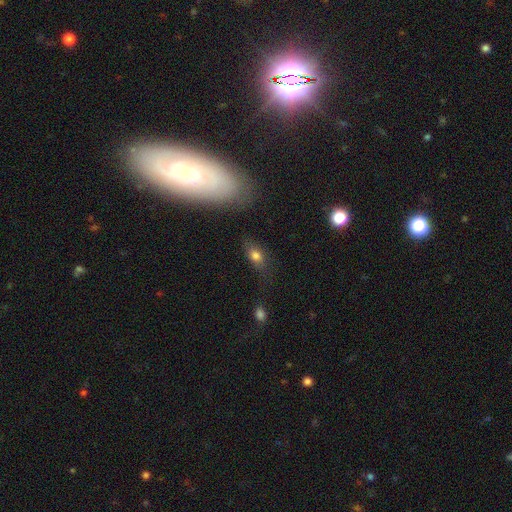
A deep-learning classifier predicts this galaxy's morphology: This appears to be a smooth galaxy with no disk features (74%) that is in between round and cigar-shaped (75%). Merging: none (70%).